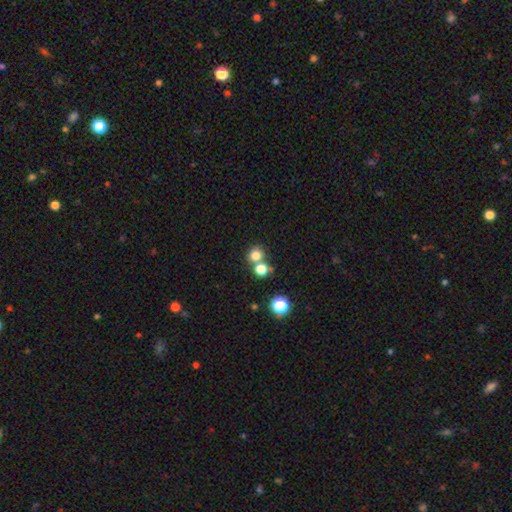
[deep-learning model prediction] A smooth galaxy with no disk features (77%) that is round (82%). Merging: none (59%).